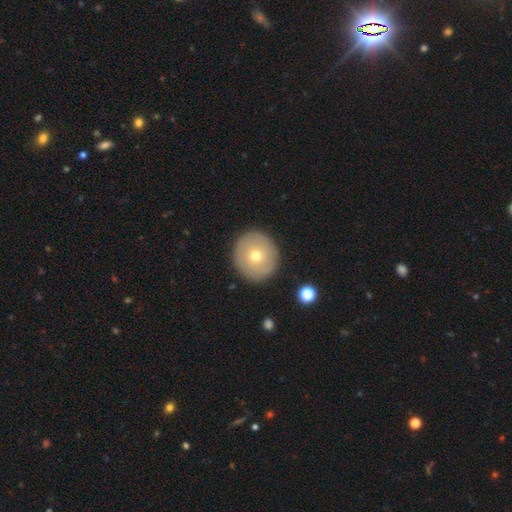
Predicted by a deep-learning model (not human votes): Overall: smooth (62%; featured or disk 30%). How rounded: round (91%). Merging: none (89%).